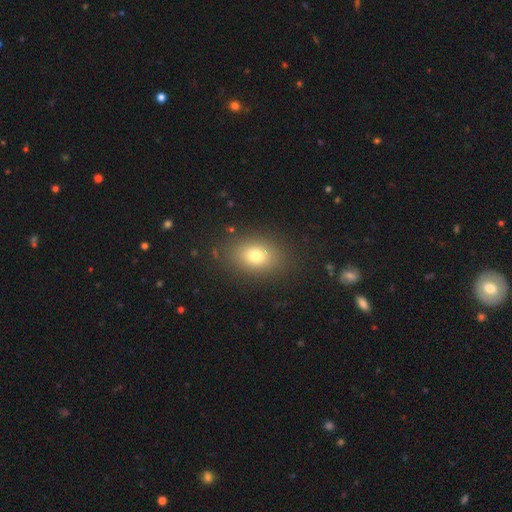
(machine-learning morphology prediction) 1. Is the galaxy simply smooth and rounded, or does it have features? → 77% smooth, 12% star or artifact, 11% featured or disk.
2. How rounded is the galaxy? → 66% in between, 33% round, 1% cigar-shaped.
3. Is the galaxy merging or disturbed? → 86% none, 9% minor disturbance, 4% major disturbance, 1% merger.